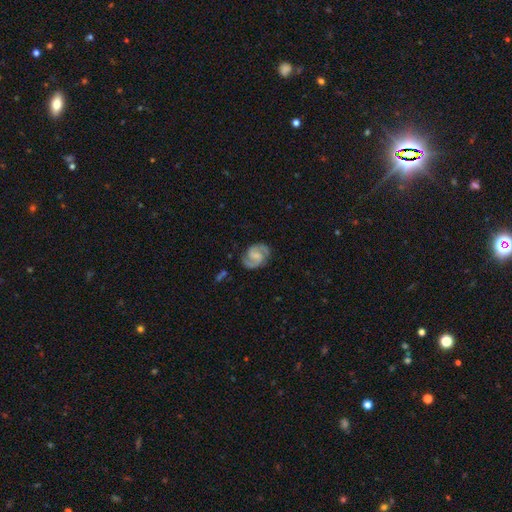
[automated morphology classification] This is clearly a featured or disk galaxy (86%). It is clearly not viewed edge-on (98%). Bar: possibly weak (52%). Spiral arm pattern: clearly yes (97%). Spiral arm count: clearly 2 (93%). Spiral winding: possibly medium (56%). Central bulge: marginally none (42%). Merging: clearly none (81%).